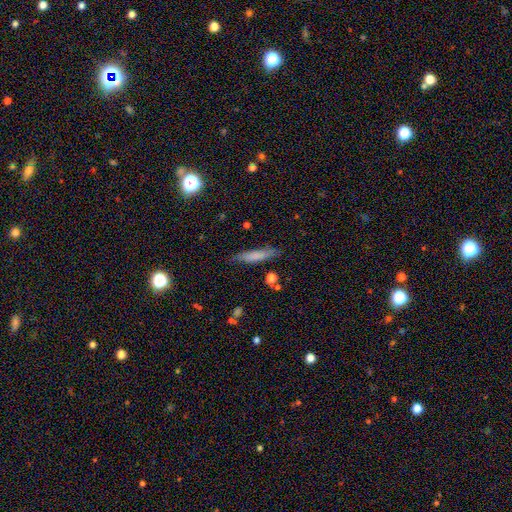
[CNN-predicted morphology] Smooth or featured: smooth — 72% (featured or disk — 20%)
How rounded: cigar-shaped — 86% (in between — 12%)
Merging: none — 82% (minor disturbance — 14%)